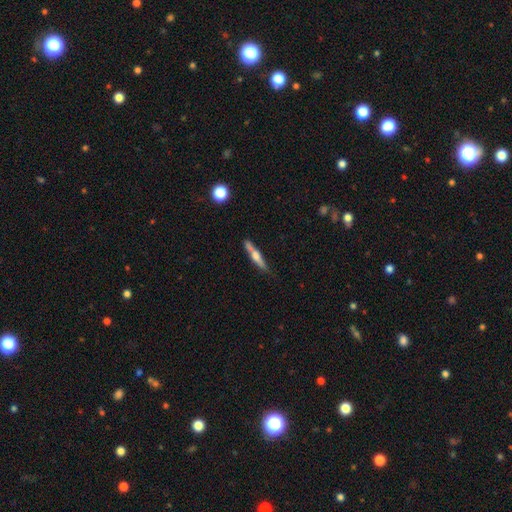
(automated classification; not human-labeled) A featured or disk galaxy (56%) viewed edge-on (95%) with a rounded central bulge (82%).

Vote fractions:
- Smooth or featured? featured or disk: 56% / smooth: 38% / star or artifact: 6%
- Edge-on disk? yes: 95% / no: 5%
- Edge-on bulge? rounded: 82% / boxy: 10% / none: 7%
- Merging? none: 73% / minor disturbance: 17% / merger: 7% / major disturbance: 4%